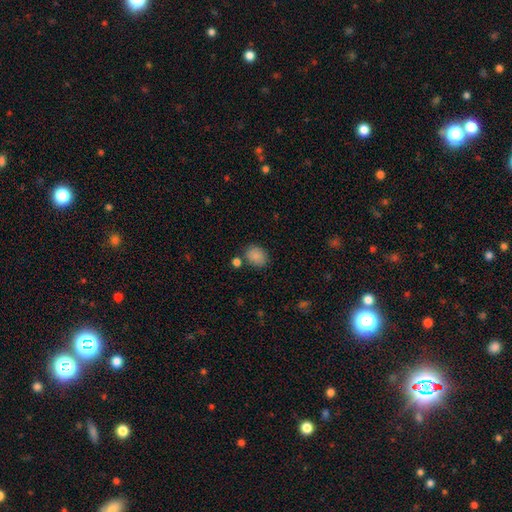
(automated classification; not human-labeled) smooth 86%, star or artifact 9%, featured or disk 5%. Down the decision tree: how rounded — in between (52%); merging — none (75%).